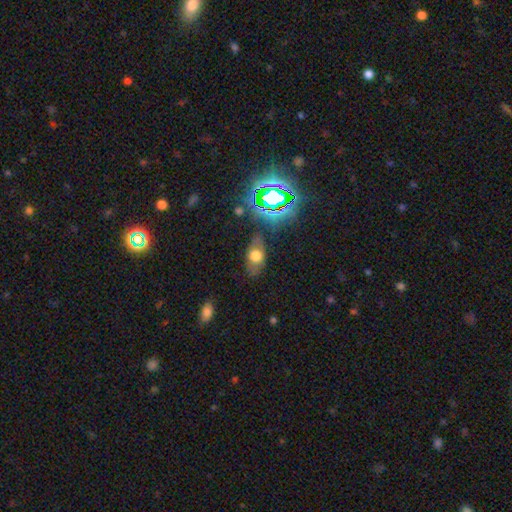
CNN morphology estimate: type=smooth (55%); roundness=in between (81%); merging=none (74%).